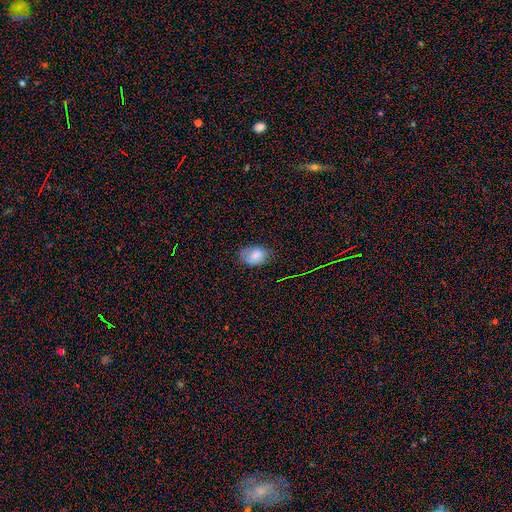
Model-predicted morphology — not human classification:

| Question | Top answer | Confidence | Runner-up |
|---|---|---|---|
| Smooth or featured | smooth | 81% | star or artifact (10%) |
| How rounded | in between | 82% | round (17%) |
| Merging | none | 66% | minor disturbance (26%) |